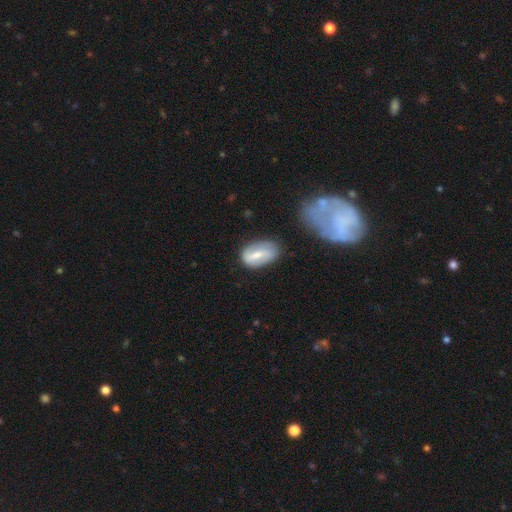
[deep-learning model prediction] smooth_or_featured: smooth (p=0.48) [alt: featured or disk p=0.46]
merging: none (p=0.68) [alt: minor disturbance p=0.22]